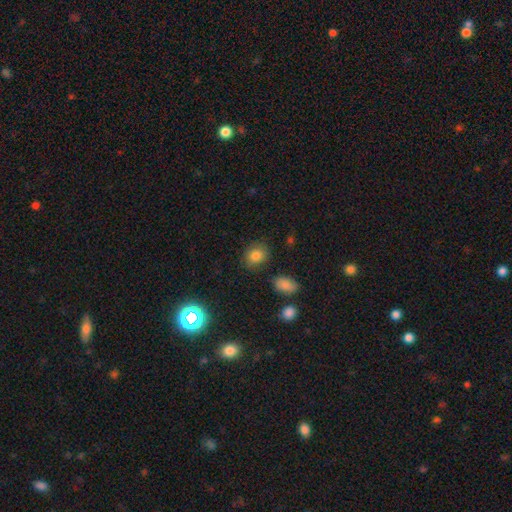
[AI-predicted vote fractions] A smooth galaxy with no disk features (80%) that is round (59%). Merging: none (81%).